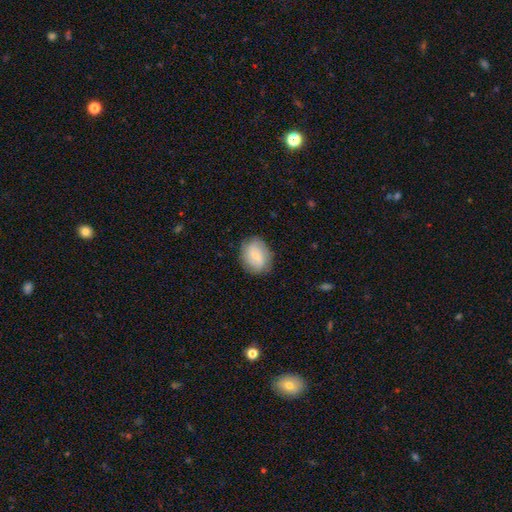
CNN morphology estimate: A smooth galaxy with no disk features (57%) that is in between round and cigar-shaped (58%). Merging: none (80%).